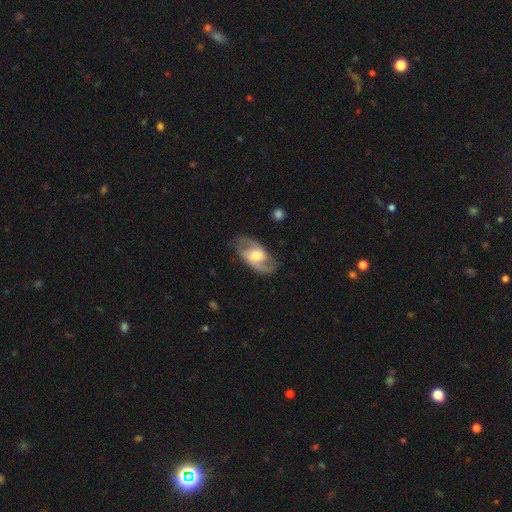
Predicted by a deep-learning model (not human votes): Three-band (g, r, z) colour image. It shows a featured or disk galaxy (74%) with a weak bar (43%), 2 (85%) medium (50%) spiral arms (86%) and a moderate central bulge (60%). Merging: none (78%).